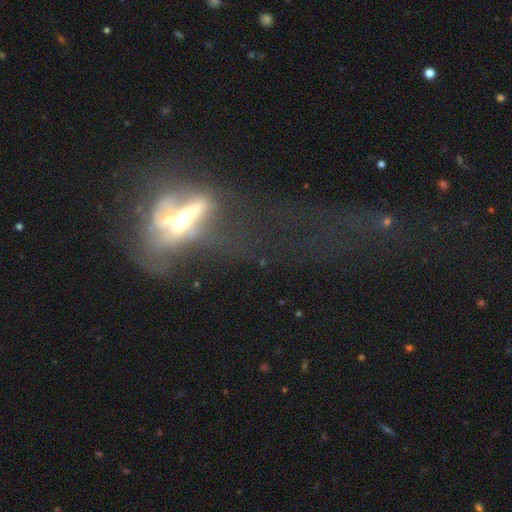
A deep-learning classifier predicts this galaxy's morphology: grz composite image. It shows a featured or disk galaxy (53%). Merging: major disturbance (51%).